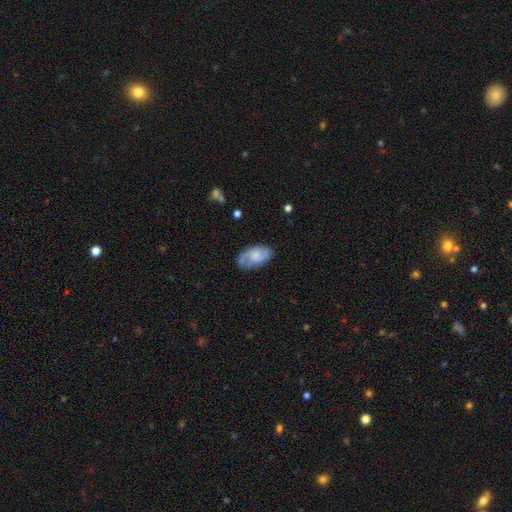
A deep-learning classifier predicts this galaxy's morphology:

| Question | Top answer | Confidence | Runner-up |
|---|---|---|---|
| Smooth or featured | featured or disk | 64% | smooth (30%) |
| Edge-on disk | no | 96% | yes (4%) |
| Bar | no | 65% | weak (30%) |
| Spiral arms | yes | 89% | no (11%) |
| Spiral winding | medium | 48% | tight (28%) |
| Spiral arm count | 2 | 62% | can't tell (17%) |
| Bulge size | small | 33% | none (31%) |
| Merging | none | 73% | minor disturbance (19%) |